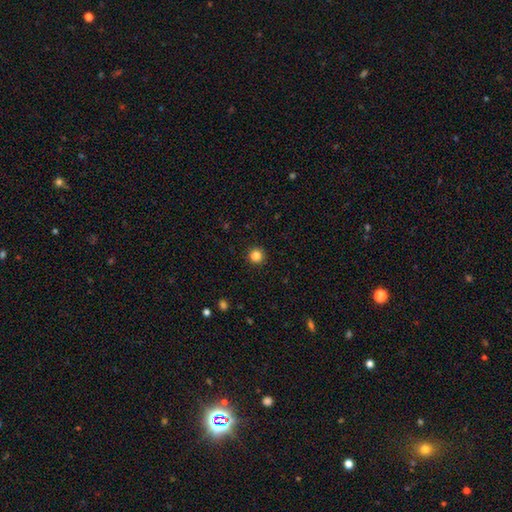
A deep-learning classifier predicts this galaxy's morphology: Smooth or featured? smooth (84%)
How rounded? round (95%)
Merging? none (92%)